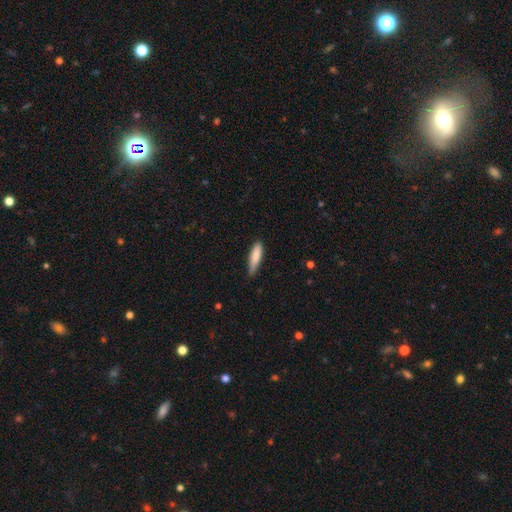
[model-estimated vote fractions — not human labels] Smooth or featured: smooth — 84% (featured or disk — 10%)
How rounded: cigar-shaped — 68% (in between — 31%)
Merging: none — 63% (minor disturbance — 31%)